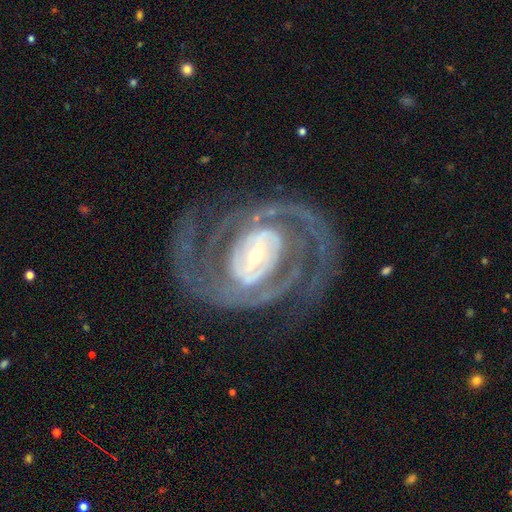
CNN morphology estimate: This is clearly a featured or disk galaxy (90%). It is clearly not viewed edge-on (97%). Bar: marginally strong (40%). Spiral arm pattern: clearly yes (93%). Spiral arm count: likely 2 (63%). Spiral winding: possibly tight (53%). Central bulge: likely small (61%). Merging: likely none (70%).